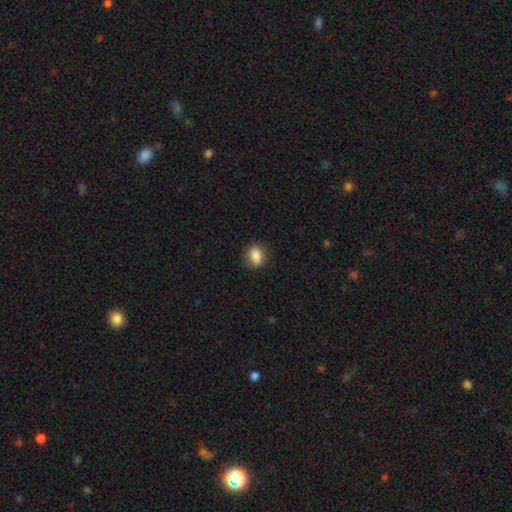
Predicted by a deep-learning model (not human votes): Q: Smooth or featured?
A: smooth (86%); runner-up: star or artifact (8%)
Q: How rounded?
A: in between (62%); runner-up: round (36%)
Q: Merging?
A: none (80%); runner-up: minor disturbance (15%)